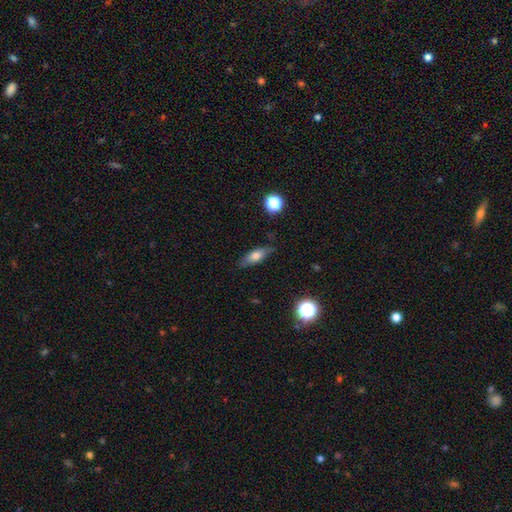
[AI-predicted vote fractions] smooth-or-featured: smooth: 64% | featured or disk: 27% | star or artifact: 9%
  how-rounded: in between: 63% | cigar-shaped: 32% | round: 5%
  merging: none: 77% | minor disturbance: 17% | major disturbance: 4% | merger: 2%